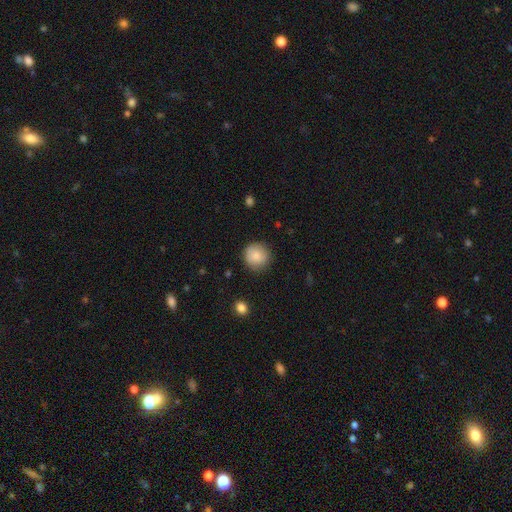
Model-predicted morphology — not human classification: A smooth galaxy with no disk features (87%) that is round (92%).

Vote fractions:
- Smooth or featured? smooth: 87% / star or artifact: 8% / featured or disk: 6%
- How rounded? round: 92% / in between: 7% / cigar-shaped: 1%
- Merging? none: 86% / minor disturbance: 10% / major disturbance: 3% / merger: 1%